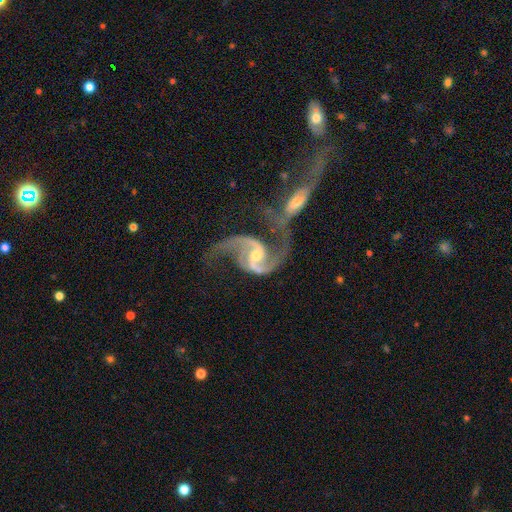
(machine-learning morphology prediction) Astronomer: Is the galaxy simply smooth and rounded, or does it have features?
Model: featured or disk — 93%.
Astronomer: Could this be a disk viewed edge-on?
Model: no — 98%.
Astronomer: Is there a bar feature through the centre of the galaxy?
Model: weak — 45% (runner-up: no, 38%).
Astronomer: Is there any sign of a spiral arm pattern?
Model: yes — 98%.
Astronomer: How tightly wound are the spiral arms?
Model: medium — 50% (runner-up: loose, 40%).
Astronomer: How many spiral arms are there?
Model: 2 — 90%.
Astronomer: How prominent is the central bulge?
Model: moderate — 49% (runner-up: small, 45%).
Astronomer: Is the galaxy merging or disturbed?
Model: merger — 43% (runner-up: none, 30%).